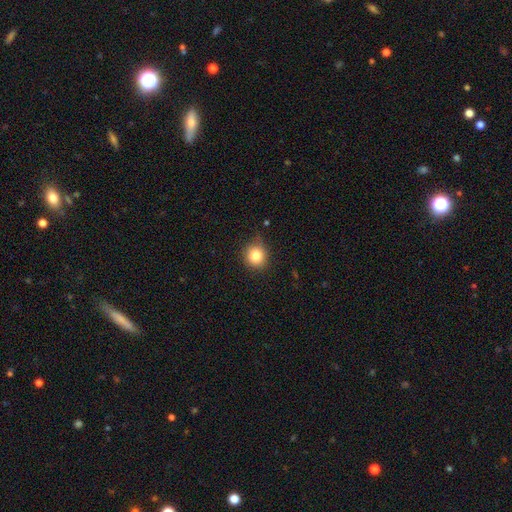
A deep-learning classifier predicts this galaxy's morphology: This is clearly a smooth galaxy (82%). How rounded: clearly round (89%). Merging: likely none (78%).